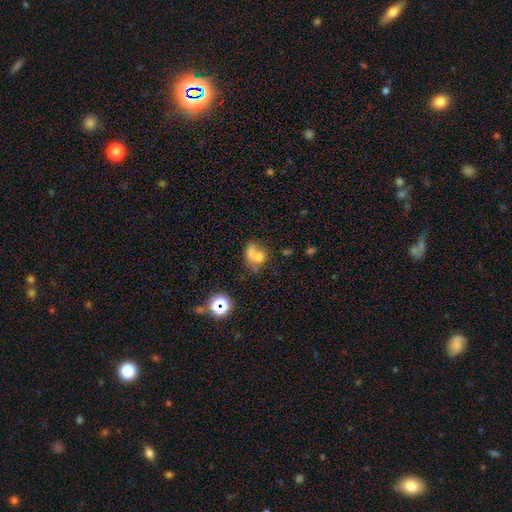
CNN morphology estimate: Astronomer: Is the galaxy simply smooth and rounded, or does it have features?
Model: smooth — 62%.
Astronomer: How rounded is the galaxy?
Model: round — 49%, tied with in between at 49%.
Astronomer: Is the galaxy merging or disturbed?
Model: merger — 52%.